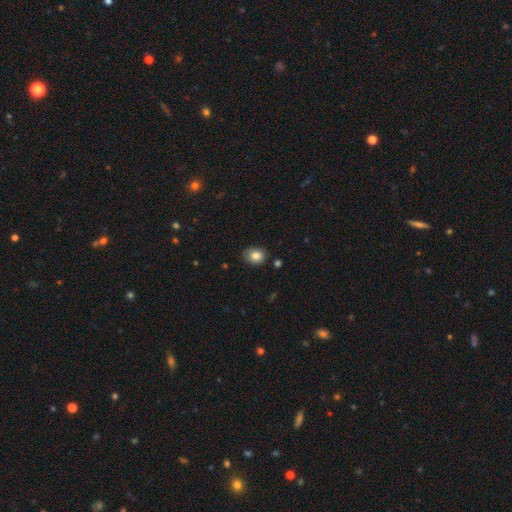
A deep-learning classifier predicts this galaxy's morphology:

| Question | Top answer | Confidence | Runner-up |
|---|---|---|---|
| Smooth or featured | smooth | 83% | star or artifact (9%) |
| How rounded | in between | 54% | round (45%) |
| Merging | none | 81% | minor disturbance (14%) |